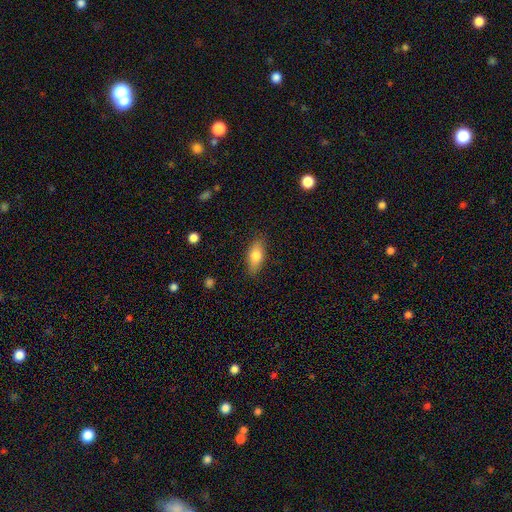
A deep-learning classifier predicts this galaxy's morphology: Smooth or featured: smooth — 75% (featured or disk — 18%)
How rounded: in between — 79% (cigar-shaped — 17%)
Merging: none — 85% (minor disturbance — 11%)